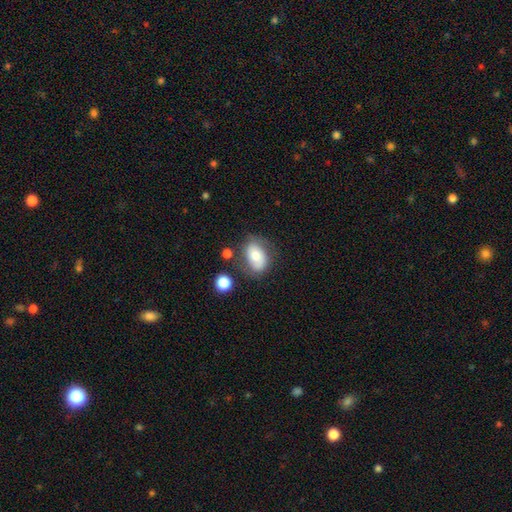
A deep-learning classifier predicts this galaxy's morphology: Q: Smooth or featured?
A: smooth (68%); runner-up: featured or disk (24%)
Q: How rounded?
A: in between (85%); runner-up: round (14%)
Q: Merging?
A: none (61%); runner-up: minor disturbance (23%)